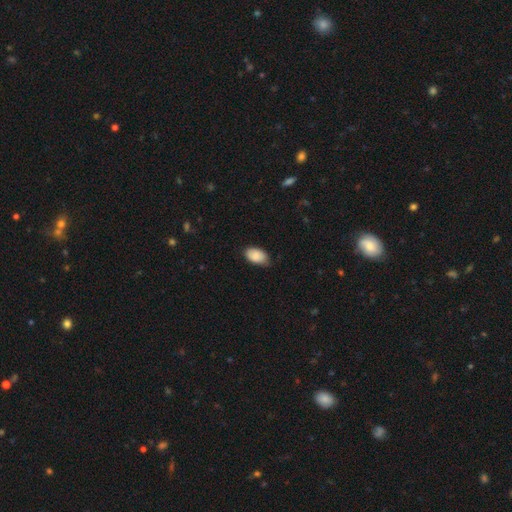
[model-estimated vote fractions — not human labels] A smooth galaxy with no disk features (88%) that is in between round and cigar-shaped (93%).

Vote fractions:
- Smooth or featured? smooth: 88% / star or artifact: 6% / featured or disk: 5%
- How rounded? in between: 93% / round: 6% / cigar-shaped: 1%
- Merging? none: 75% / minor disturbance: 21% / major disturbance: 3% / merger: 1%